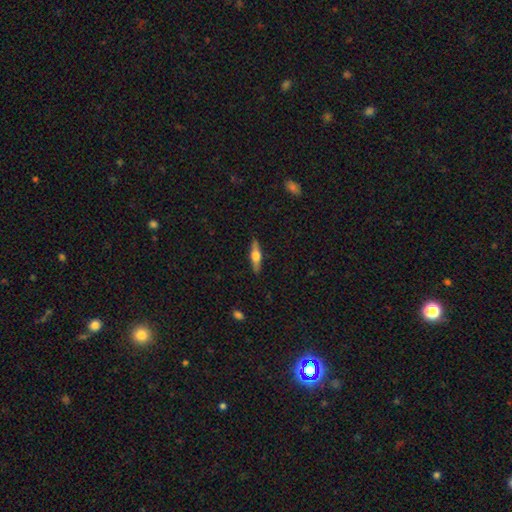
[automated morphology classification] This appears to be a featured or disk galaxy (49%). Merging: none (88%).